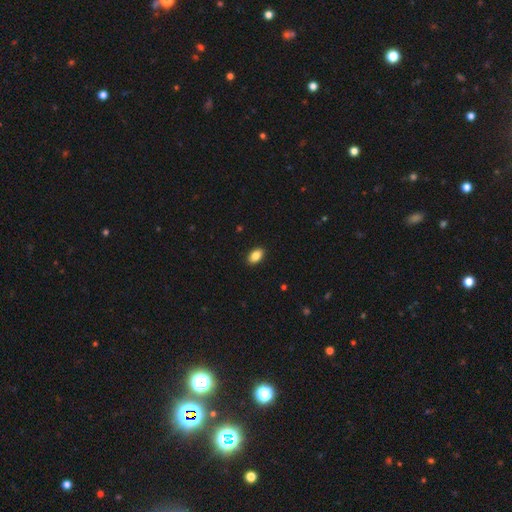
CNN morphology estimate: Smooth or featured? smooth (86%)
How rounded? in between (89%)
Merging? none (90%)